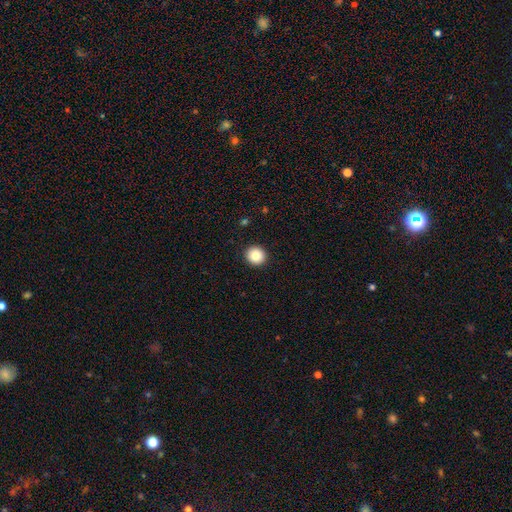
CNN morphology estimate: Smooth or featured? Predicted: smooth (p=0.86). How rounded? Predicted: round (p=0.91). Merging? Predicted: none (p=0.93).